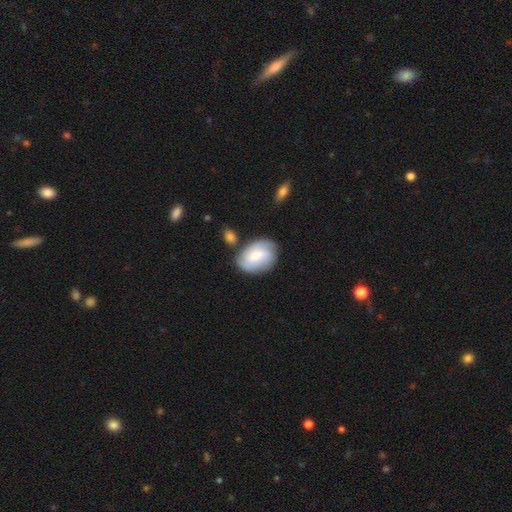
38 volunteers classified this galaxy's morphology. Smooth or featured: smooth — 55% (featured or disk — 39%)
How rounded: in between — 57% (round — 43%)
Merging: none — 69% (minor disturbance — 19%)